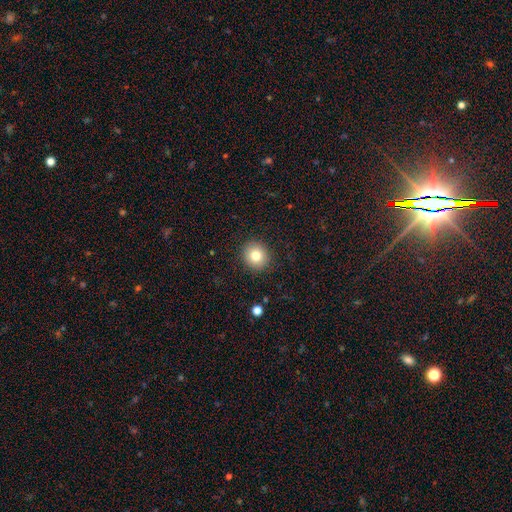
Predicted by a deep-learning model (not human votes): Smooth or featured: smooth — 80% (star or artifact — 11%)
How rounded: round — 85% (in between — 14%)
Merging: none — 90% (minor disturbance — 6%)